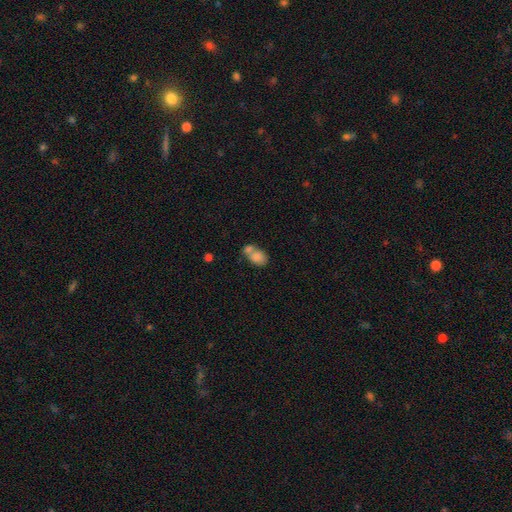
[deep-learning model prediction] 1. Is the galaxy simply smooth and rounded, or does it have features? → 79% smooth, 12% featured or disk, 8% star or artifact.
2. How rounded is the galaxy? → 74% in between, 25% round, 1% cigar-shaped.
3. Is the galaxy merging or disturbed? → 59% merger, 26% none, 10% minor disturbance, 5% major disturbance.